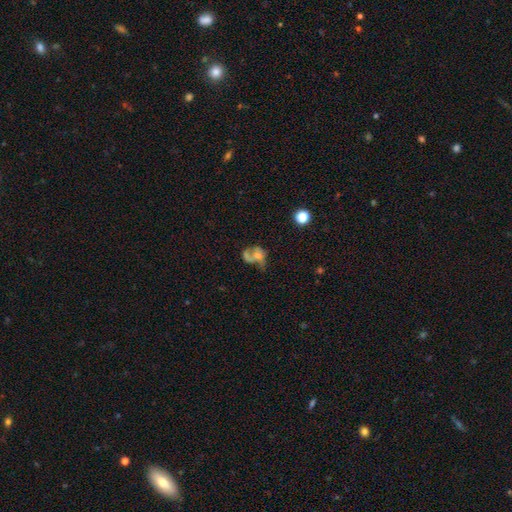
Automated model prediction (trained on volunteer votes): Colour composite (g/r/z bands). It shows a featured or disk galaxy (46%). Merging: merger (32%, tied with major disturbance).